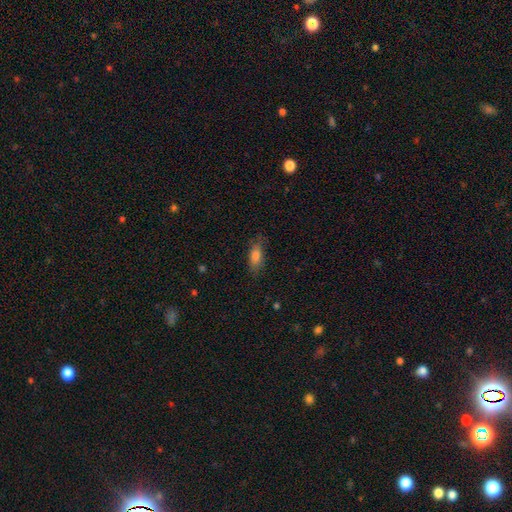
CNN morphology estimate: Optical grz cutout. It shows a smooth galaxy with no disk features (78%) that is in between round and cigar-shaped (75%). Merging: none (75%).